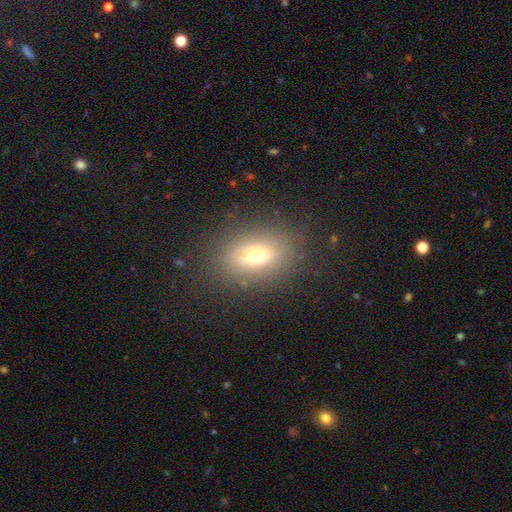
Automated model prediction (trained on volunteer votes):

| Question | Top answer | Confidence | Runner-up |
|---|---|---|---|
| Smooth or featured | smooth | 65% | featured or disk (20%) |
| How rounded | in between | 79% | round (12%) |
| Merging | none | 84% | minor disturbance (10%) |